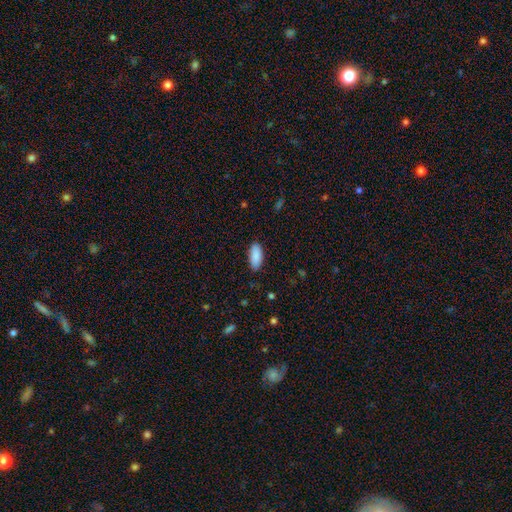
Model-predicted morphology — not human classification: This appears to be a smooth galaxy with no disk features (90%) that is in between round and cigar-shaped (89%). Merging: none (87%).